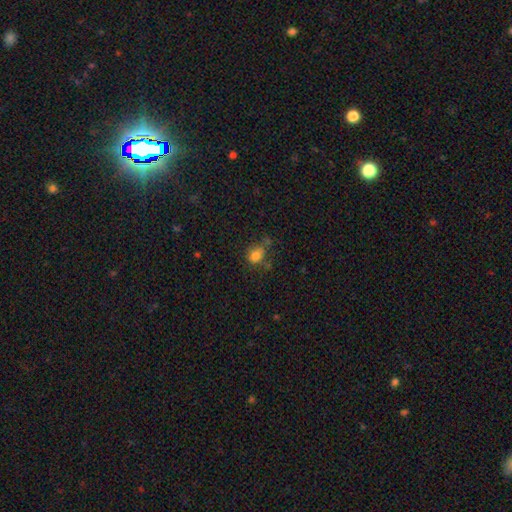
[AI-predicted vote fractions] This appears to be a smooth galaxy with no disk features (77%) that is in between round and cigar-shaped (53%). Merging: none (45%).